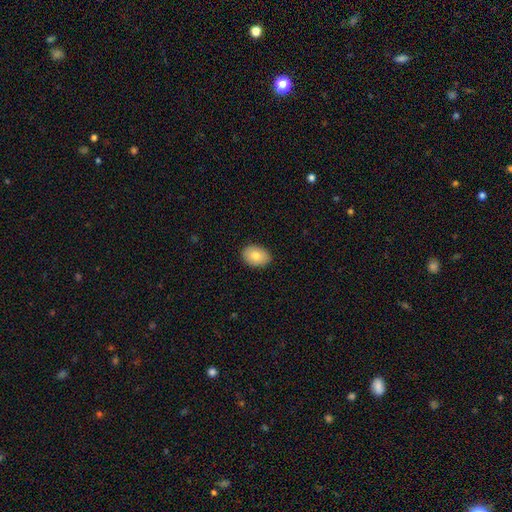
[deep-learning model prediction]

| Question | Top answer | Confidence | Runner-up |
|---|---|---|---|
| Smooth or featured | smooth | 80% | featured or disk (13%) |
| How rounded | in between | 77% | round (22%) |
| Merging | none | 88% | minor disturbance (9%) |